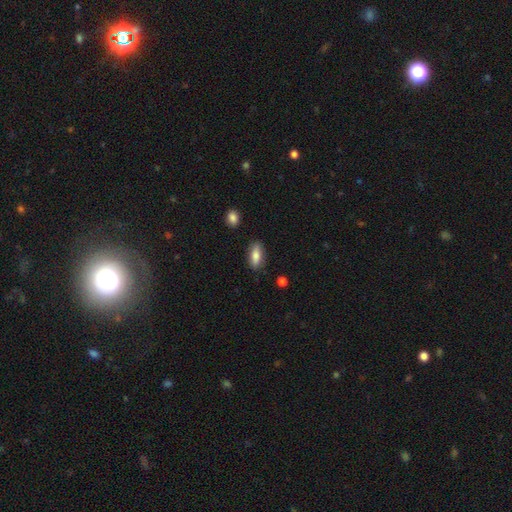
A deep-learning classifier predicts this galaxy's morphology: smooth-or-featured: smooth: 79% | featured or disk: 14% | star or artifact: 7%
  how-rounded: in between: 76% | cigar-shaped: 21% | round: 3%
  merging: none: 83% | minor disturbance: 12% | major disturbance: 3% | merger: 2%